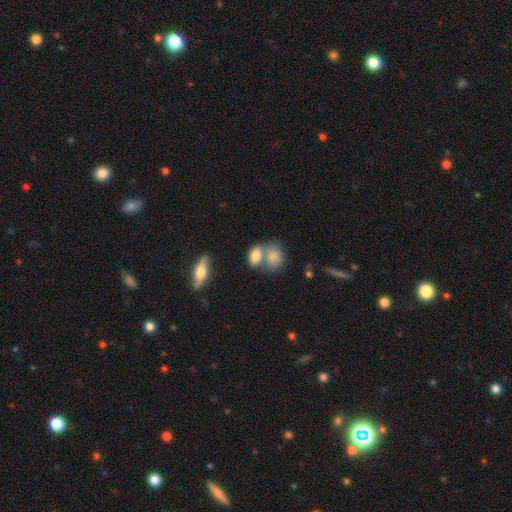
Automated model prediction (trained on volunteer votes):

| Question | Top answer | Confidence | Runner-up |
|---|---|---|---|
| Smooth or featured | smooth | 80% | featured or disk (11%) |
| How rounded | in between | 75% | round (22%) |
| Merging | merger | 48% | none (36%) |